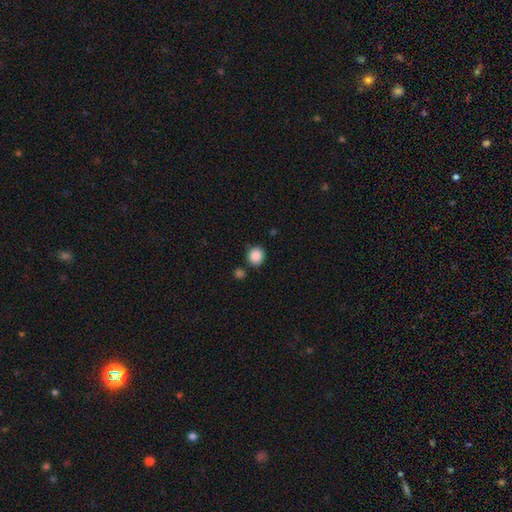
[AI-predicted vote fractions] Smooth or featured: smooth — 88% (star or artifact — 9%)
How rounded: round — 82% (in between — 17%)
Merging: none — 82% (minor disturbance — 9%)